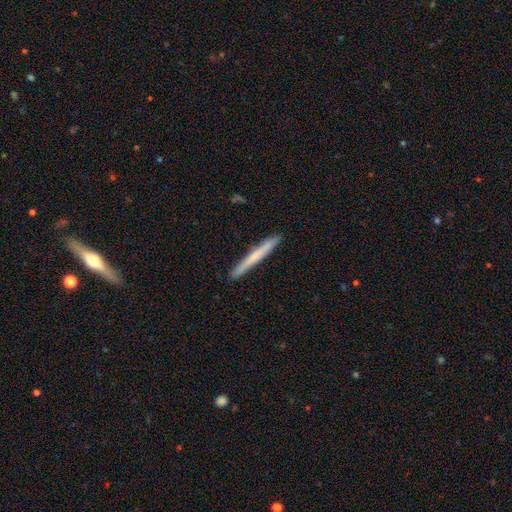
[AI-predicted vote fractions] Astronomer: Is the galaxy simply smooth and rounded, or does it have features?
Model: smooth — 59% (runner-up: featured or disk, 36%).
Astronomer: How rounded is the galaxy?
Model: cigar-shaped — 97%.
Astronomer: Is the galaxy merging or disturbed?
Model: none — 92%.